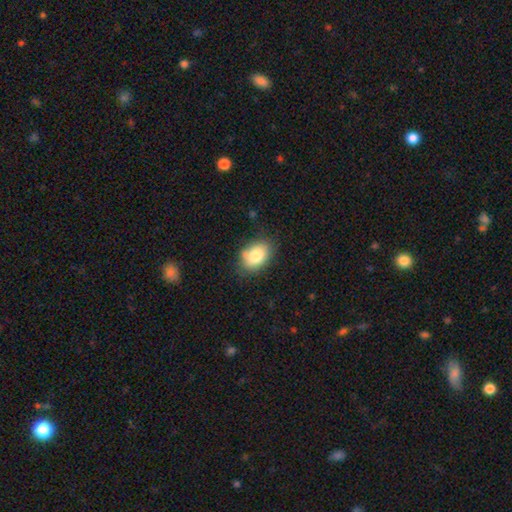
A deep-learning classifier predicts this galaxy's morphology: The model was most divided on "merging": none: 74%, minor disturbance: 19%, major disturbance: 4%, merger: 3%. More confident: how rounded — in between (82%); smooth or featured — smooth (82%).